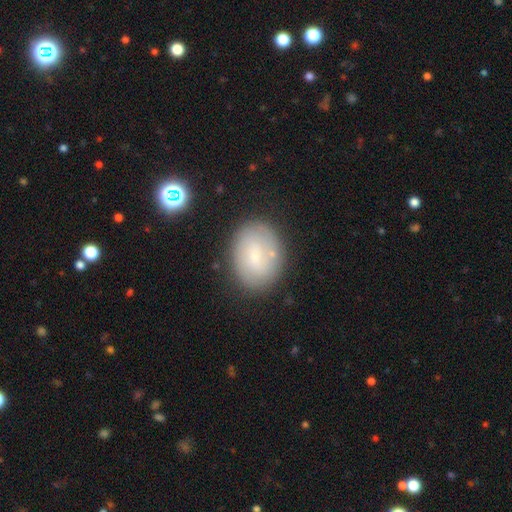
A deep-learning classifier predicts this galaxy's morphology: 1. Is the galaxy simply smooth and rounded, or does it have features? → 57% smooth, 33% featured or disk, 10% star or artifact.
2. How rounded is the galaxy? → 71% in between, 28% round, 1% cigar-shaped.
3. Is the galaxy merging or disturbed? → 78% none, 14% minor disturbance, 4% major disturbance, 4% merger.